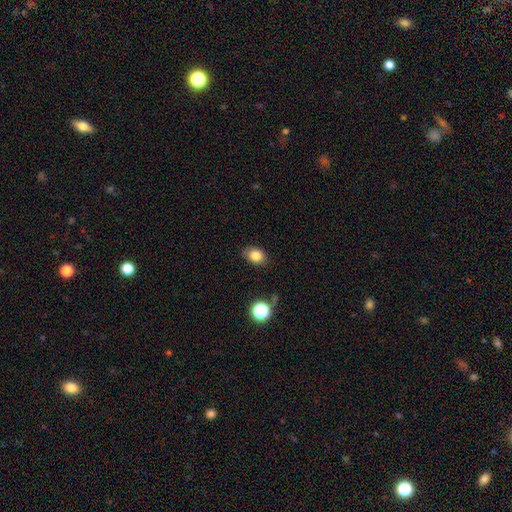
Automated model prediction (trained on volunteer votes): This appears to be a smooth galaxy with no disk features (82%) that is in between round and cigar-shaped (70%). Merging: none (78%).